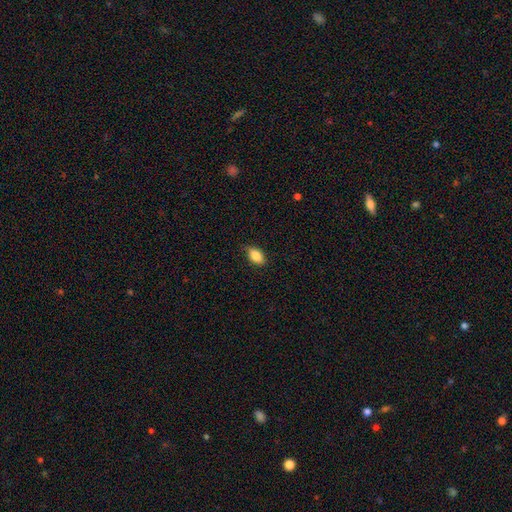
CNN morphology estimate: Smooth or featured? smooth (85%)
How rounded? in between (89%)
Merging? none (78%)